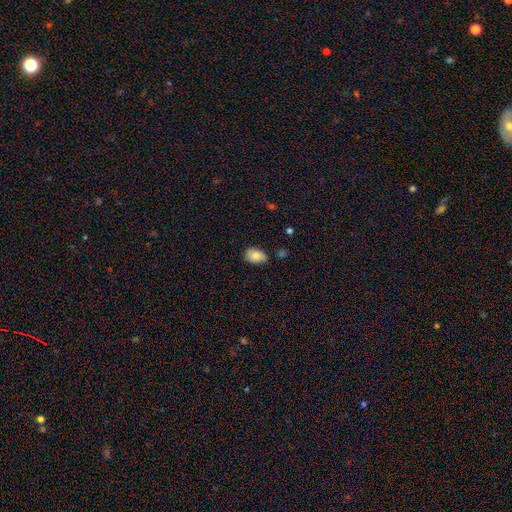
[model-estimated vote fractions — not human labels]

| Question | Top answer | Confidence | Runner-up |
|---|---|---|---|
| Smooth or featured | smooth | 81% | featured or disk (11%) |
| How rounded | in between | 86% | round (13%) |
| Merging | none | 71% | minor disturbance (23%) |